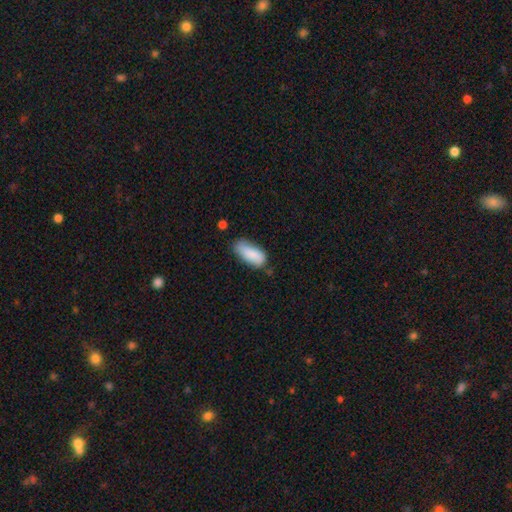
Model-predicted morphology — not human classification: smooth 85%, featured or disk 8%, star or artifact 7%. Down the decision tree: how rounded — in between (85%); merging — none (54%).